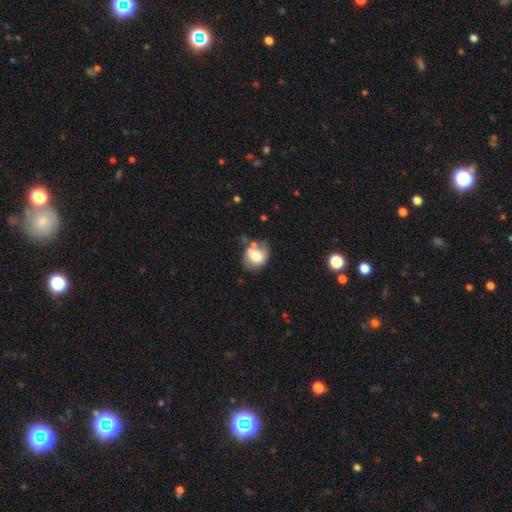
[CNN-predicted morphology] A smooth galaxy with no disk features (67%) that is round (53%).

Vote fractions:
- Smooth or featured? smooth: 67% / featured or disk: 24% / star or artifact: 9%
- How rounded? round: 53% / in between: 46% / cigar-shaped: 1%
- Merging? none: 41% / minor disturbance: 25% / merger: 21% / major disturbance: 12%